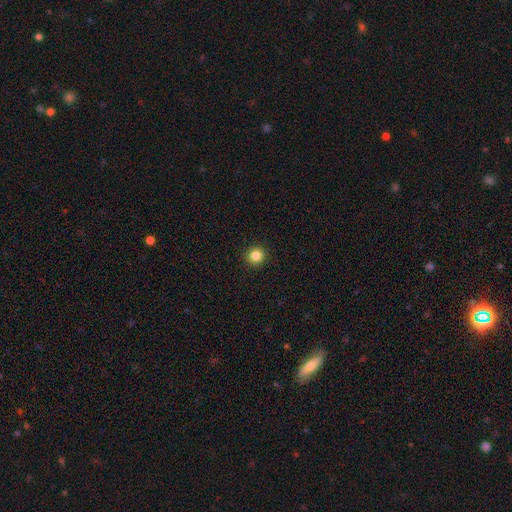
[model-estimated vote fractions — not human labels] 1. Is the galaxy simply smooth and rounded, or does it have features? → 84% smooth, 12% star or artifact, 4% featured or disk.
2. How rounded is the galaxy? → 93% round, 6% in between, 1% cigar-shaped.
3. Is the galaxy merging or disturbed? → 93% none, 5% minor disturbance, 2% major disturbance, 1% merger.